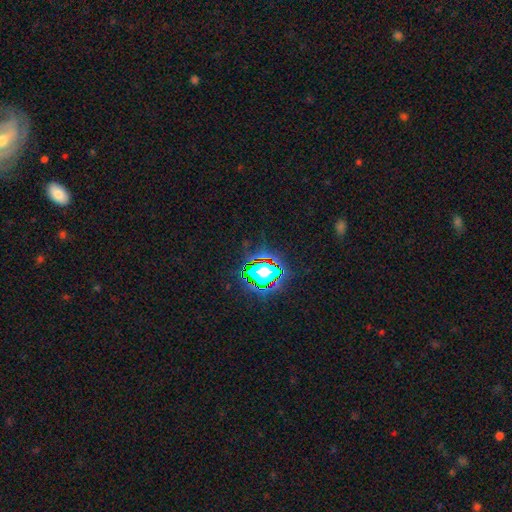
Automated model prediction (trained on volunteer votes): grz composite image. It shows a star or artifact, not a galaxy (81%).